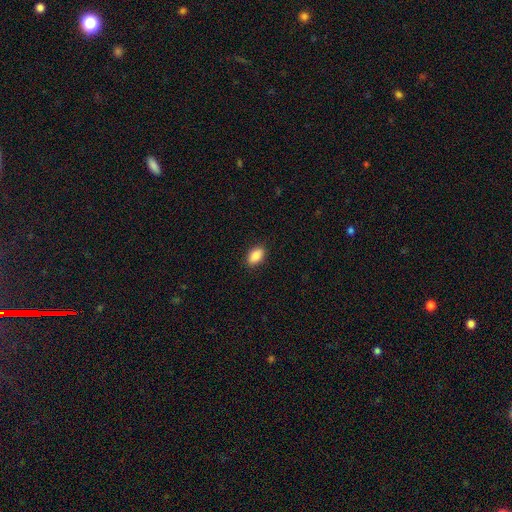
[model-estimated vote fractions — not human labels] A smooth galaxy with no disk features (89%) that is in between round and cigar-shaped (90%).

Vote fractions:
- Smooth or featured? smooth: 89% / star or artifact: 7% / featured or disk: 3%
- How rounded? in between: 90% / round: 8% / cigar-shaped: 2%
- Merging? none: 89% / minor disturbance: 8% / major disturbance: 2% / merger: 1%